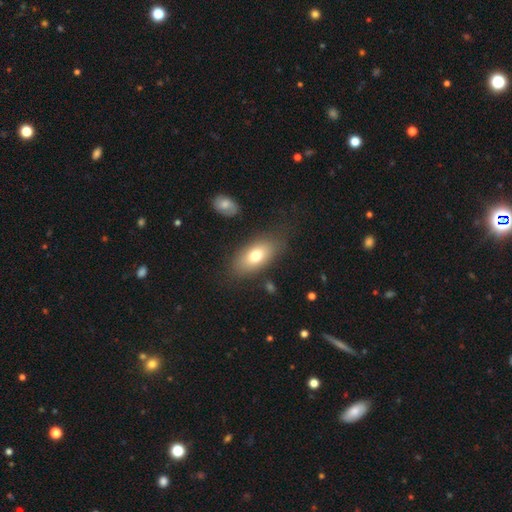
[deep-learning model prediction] Smooth or featured? smooth (74%)
How rounded? in between (89%)
Merging? none (78%)